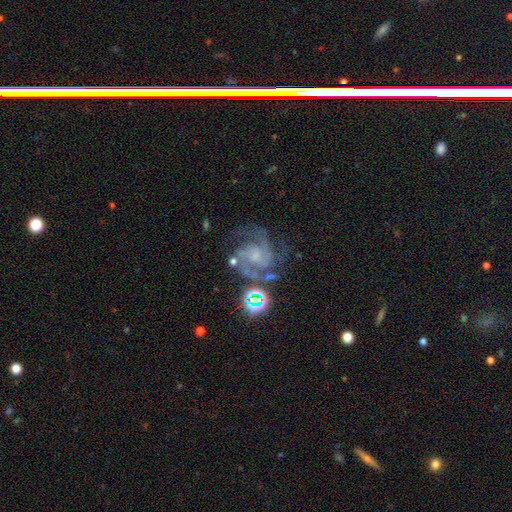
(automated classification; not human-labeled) smooth-or-featured: featured or disk: 82% | star or artifact: 10% | smooth: 7%
  disk-edge-on: no: 98% | yes: 2%
    bar: no: 59% | weak: 33% | strong: 8%
    has-spiral-arms: yes: 96% | no: 4%
      spiral-winding: medium: 52% | tight: 36% | loose: 12%
      spiral-arm-count: 2: 46% | 3: 26% | can't tell: 14% | 4: 5% | 1: 5% | more than 4: 4%
    bulge-size: small: 47% | none: 24% | moderate: 23% | large: 4% | dominant: 1%
  merging: none: 55% | minor disturbance: 20% | major disturbance: 19% | merger: 7%